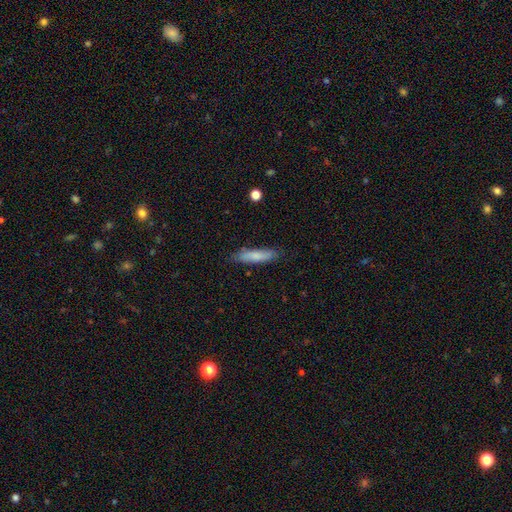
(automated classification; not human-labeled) smooth 77%, featured or disk 17%, star or artifact 6%. Down the decision tree: how rounded — cigar-shaped (79%); merging — none (82%).